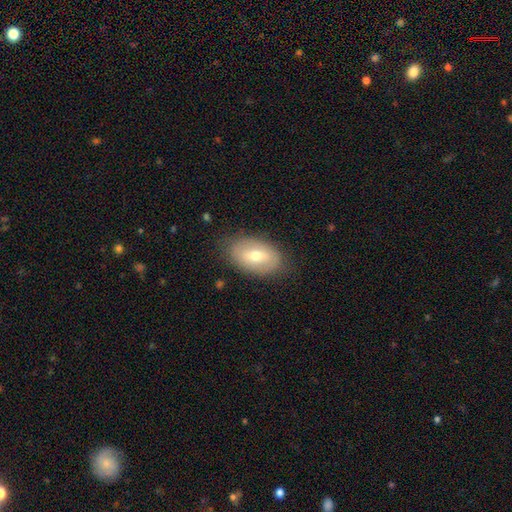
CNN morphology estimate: The model was most divided on "smooth or featured": smooth: 51%, featured or disk: 41%, star or artifact: 8%. More confident: how rounded — in between (91%); merging — none (83%).